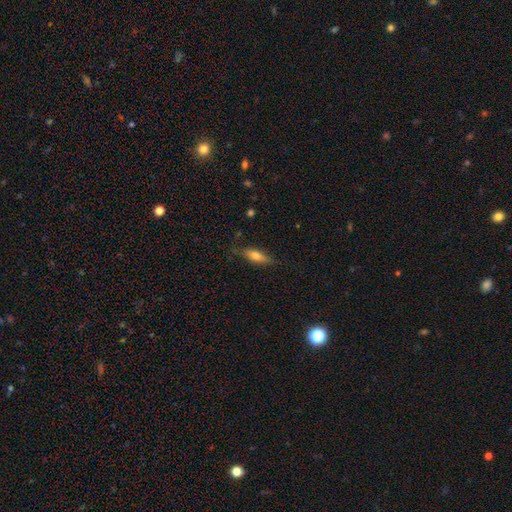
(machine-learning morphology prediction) Q: Smooth or featured?
A: smooth (67%); runner-up: featured or disk (26%)
Q: How rounded?
A: in between (55%); runner-up: cigar-shaped (42%)
Q: Merging?
A: none (77%); runner-up: minor disturbance (18%)